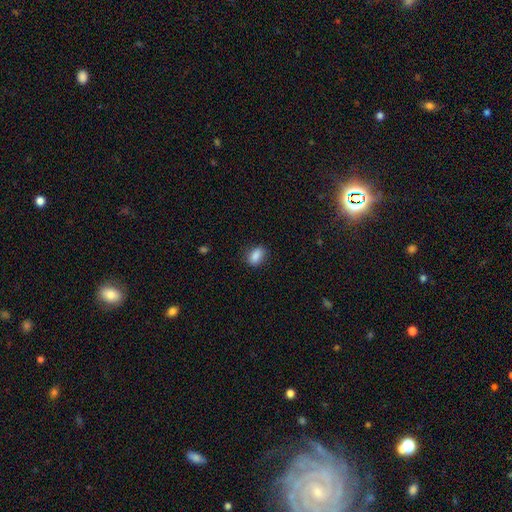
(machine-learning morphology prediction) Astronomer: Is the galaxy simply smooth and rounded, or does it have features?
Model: smooth — 88%.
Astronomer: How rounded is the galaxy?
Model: in between — 86%.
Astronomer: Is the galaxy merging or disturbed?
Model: none — 81%.